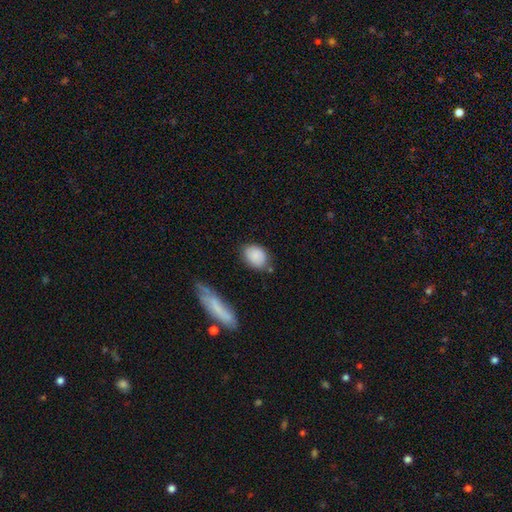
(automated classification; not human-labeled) Smooth or featured?
  - smooth: 83% *
  - featured or disk: 9%
  - star or artifact: 8%
How rounded?
  - in between: 69% *
  - round: 30%
  - cigar-shaped: 2%
Merging?
  - none: 67% *
  - minor disturbance: 22%
  - merger: 6%
  - major disturbance: 5%